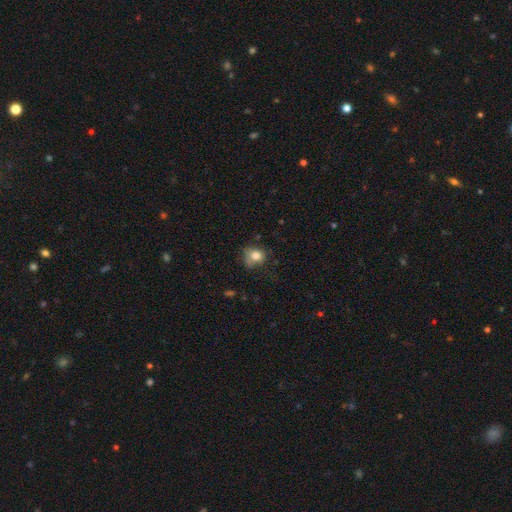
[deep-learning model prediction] Morphology: type=smooth (78%); roundness=round (65%); merging=none (53%).